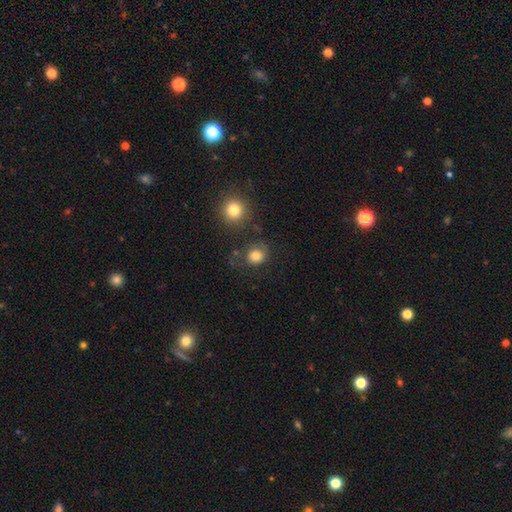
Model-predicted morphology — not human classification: Overall: smooth (80%). How rounded: round (75%). Merging: none (65%).